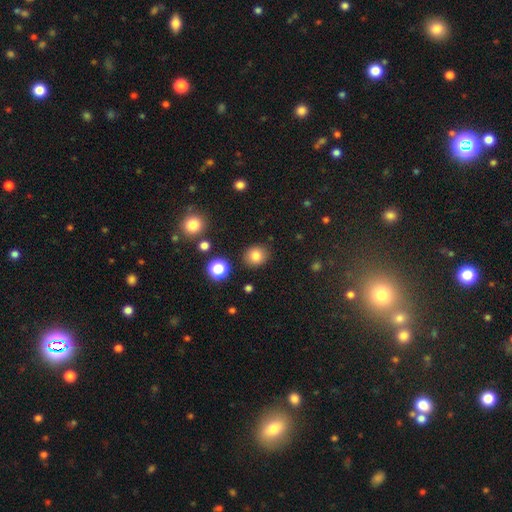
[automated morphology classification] type=smooth (83%); roundness=round (80%); merging=none (87%).